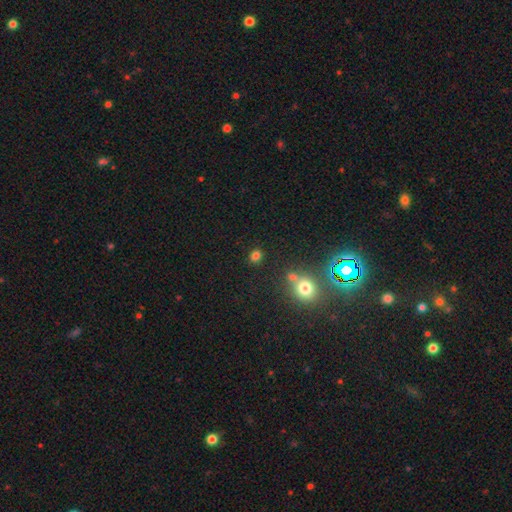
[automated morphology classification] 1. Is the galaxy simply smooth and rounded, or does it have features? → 78% smooth, 16% star or artifact, 6% featured or disk.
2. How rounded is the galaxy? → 70% round, 29% in between, 1% cigar-shaped.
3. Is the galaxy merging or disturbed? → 81% none, 9% minor disturbance, 7% merger, 3% major disturbance.